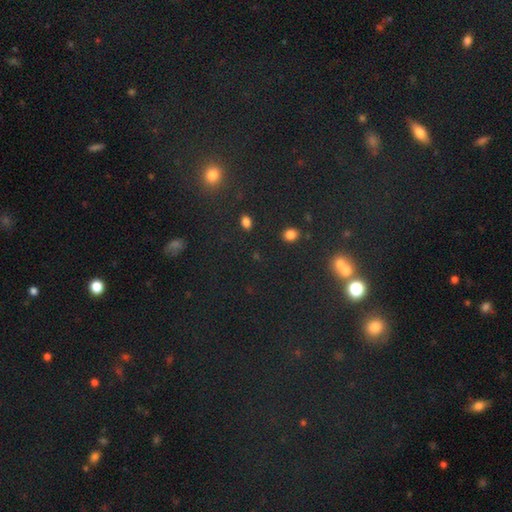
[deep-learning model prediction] smooth_or_featured: star or artifact (p=0.62) [alt: smooth p=0.29]